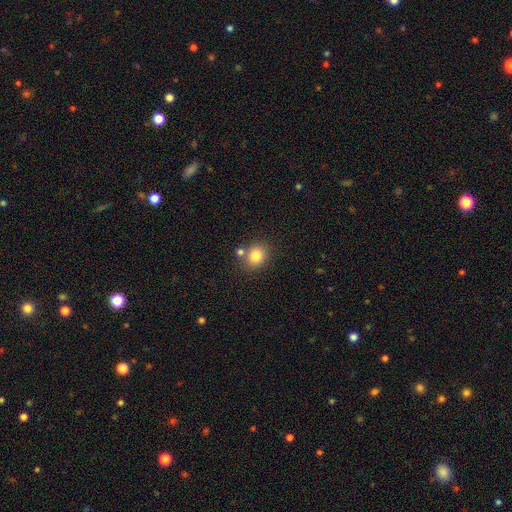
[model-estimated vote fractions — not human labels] Smooth or featured?
  - smooth: 82% *
  - star or artifact: 11%
  - featured or disk: 7%
How rounded?
  - round: 77% *
  - in between: 22%
  - cigar-shaped: 1%
Merging?
  - none: 68% *
  - merger: 19%
  - minor disturbance: 10%
  - major disturbance: 3%